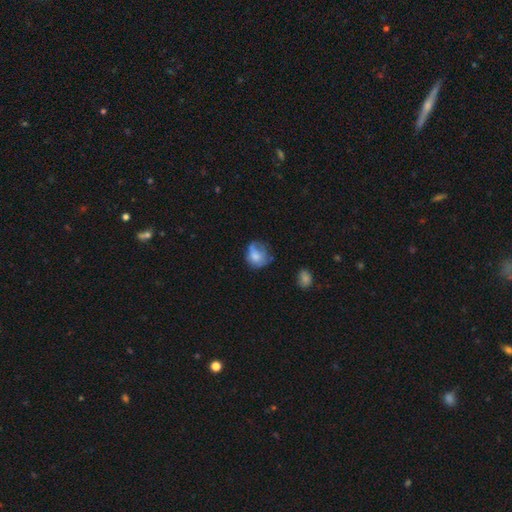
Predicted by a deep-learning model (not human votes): smooth-or-featured: smooth: 69% | featured or disk: 22% | star or artifact: 9%
  how-rounded: round: 67% | in between: 32% | cigar-shaped: 1%
  merging: none: 42% | minor disturbance: 33% | major disturbance: 22% | merger: 4%